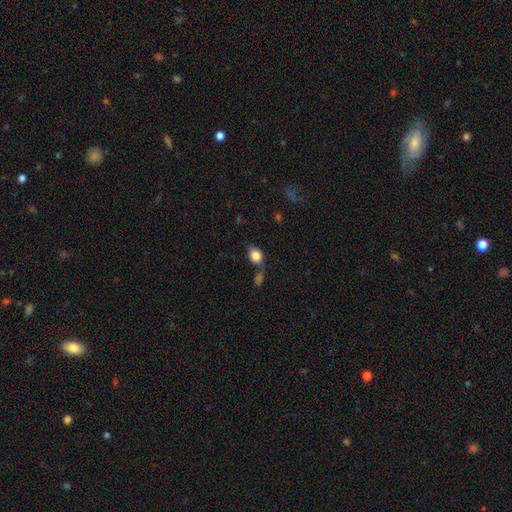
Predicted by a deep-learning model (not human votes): Overall: smooth (82%). How rounded: round (55%; in between 43%). Merging: none (48%; merger 25%).